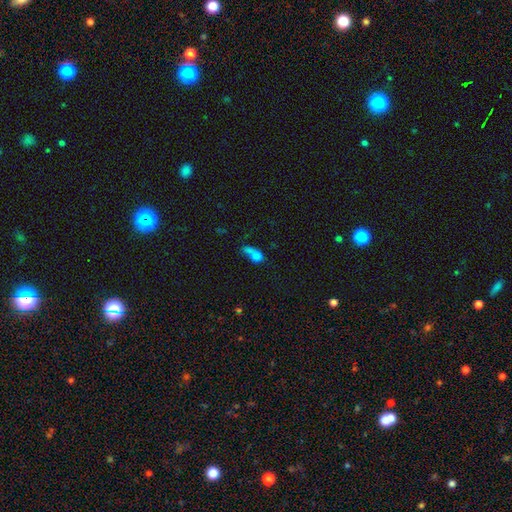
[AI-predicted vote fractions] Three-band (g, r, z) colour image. It shows a smooth galaxy with no disk features (72%) that is in between round and cigar-shaped (51%). Merging: merger (44%).